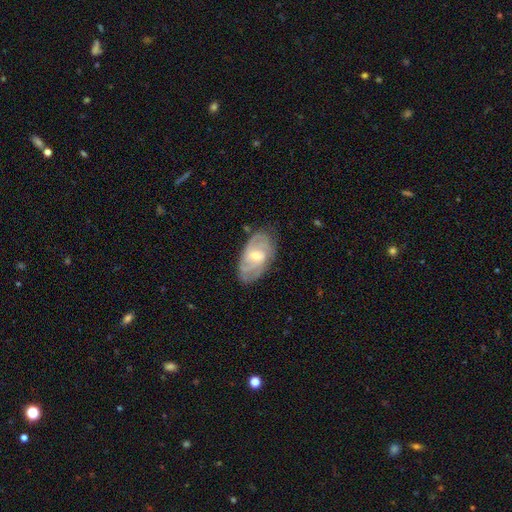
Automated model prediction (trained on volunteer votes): This is likely a featured or disk galaxy (74%). It is clearly not viewed edge-on (95%). Bar: possibly weak (46%). Spiral arm pattern: clearly yes (88%). Spiral arm count: marginally can't tell (36%). Spiral winding: possibly tight (53%). Central bulge: possibly moderate (56%). Merging: likely none (72%).